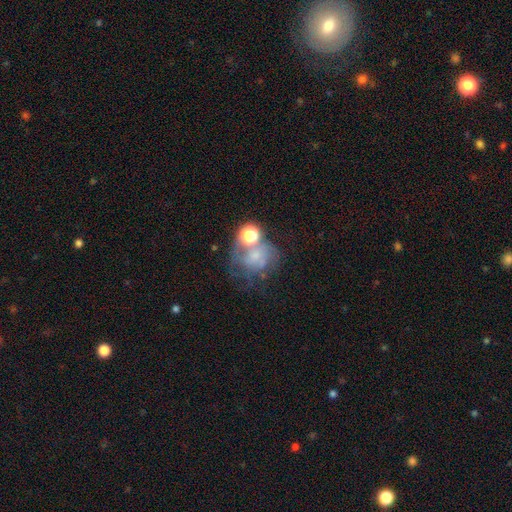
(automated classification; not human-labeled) This is marginally a featured or disk galaxy (42%). Merging: marginally none (35%).